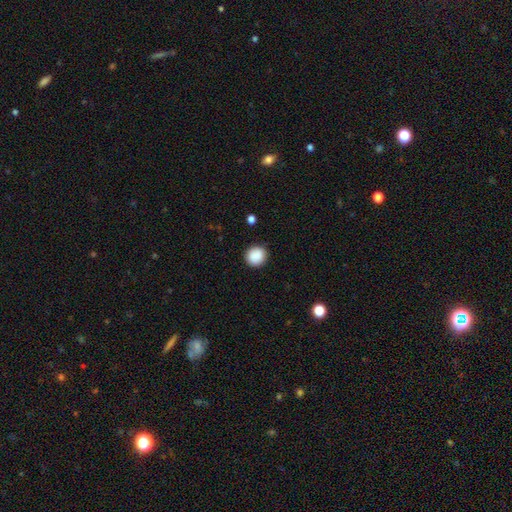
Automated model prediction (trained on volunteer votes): Smooth or featured: smooth — 89% (star or artifact — 8%)
How rounded: round — 92% (in between — 7%)
Merging: none — 91% (minor disturbance — 6%)